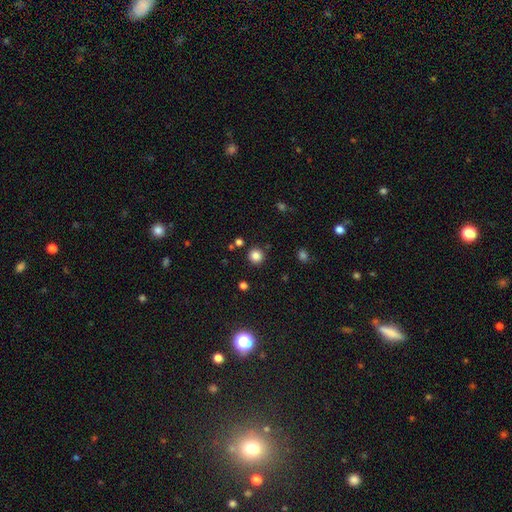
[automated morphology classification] Smooth or featured: smooth — 84% (star or artifact — 12%)
How rounded: round — 95% (in between — 4%)
Merging: none — 89% (minor disturbance — 6%)